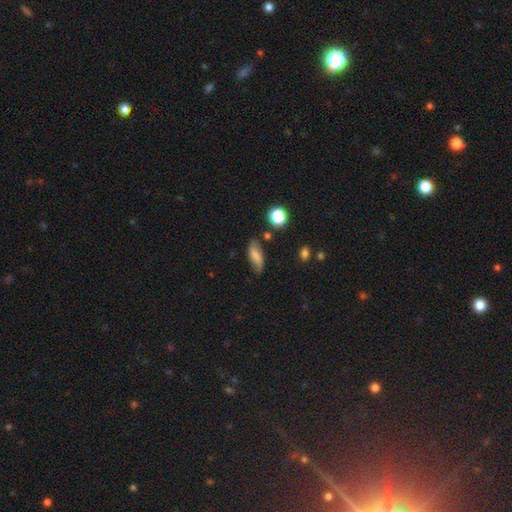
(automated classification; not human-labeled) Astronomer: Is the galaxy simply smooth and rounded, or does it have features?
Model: smooth — 65%.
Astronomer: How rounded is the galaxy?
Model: in between — 74%.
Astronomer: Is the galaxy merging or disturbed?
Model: none — 63%.